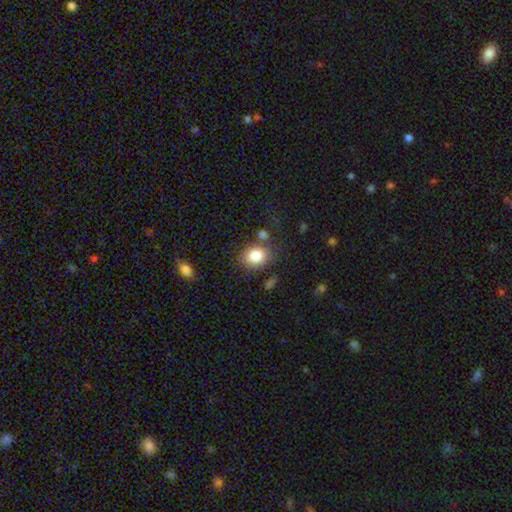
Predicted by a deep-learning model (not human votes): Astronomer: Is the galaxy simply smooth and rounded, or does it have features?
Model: smooth — 84%.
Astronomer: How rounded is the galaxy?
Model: round — 58% (runner-up: in between, 41%).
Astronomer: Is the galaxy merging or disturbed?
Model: none — 70%.